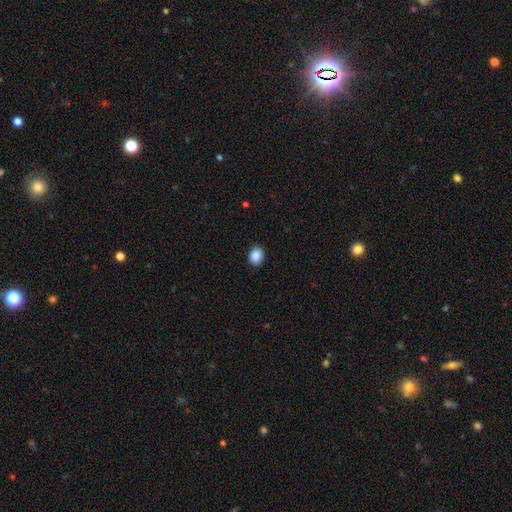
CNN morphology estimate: Smooth or featured: smooth — 89% (star or artifact — 8%)
How rounded: round — 50% (in between — 49%)
Merging: none — 90% (minor disturbance — 7%)